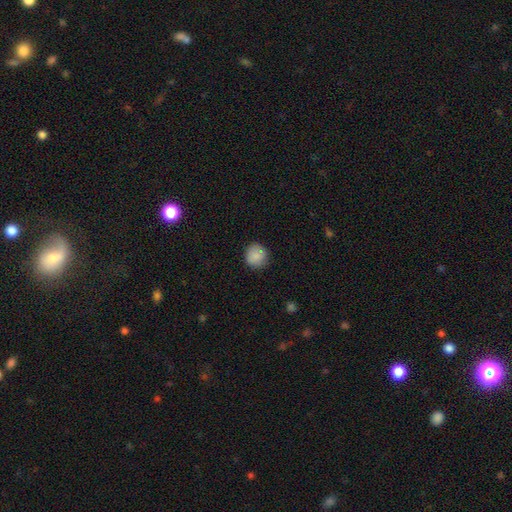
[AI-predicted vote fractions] The model was most divided on "merging": none: 83%, minor disturbance: 13%, major disturbance: 3%, merger: 1%. More confident: how rounded — round (91%); smooth or featured — smooth (85%).